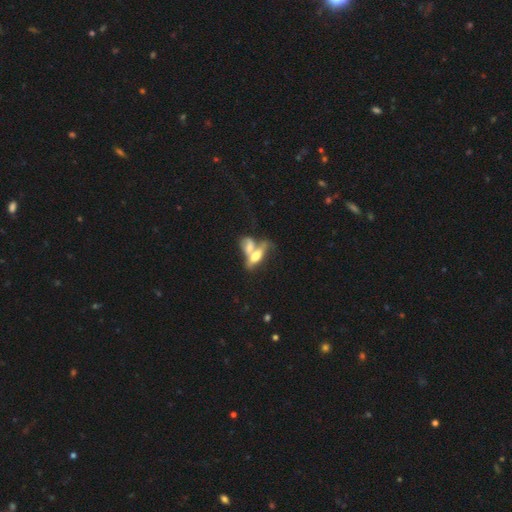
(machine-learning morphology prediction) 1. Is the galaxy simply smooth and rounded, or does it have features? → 50% smooth, 41% featured or disk, 9% star or artifact.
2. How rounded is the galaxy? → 65% in between, 31% cigar-shaped, 5% round.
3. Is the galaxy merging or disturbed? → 64% merger, 20% none, 8% minor disturbance, 8% major disturbance.